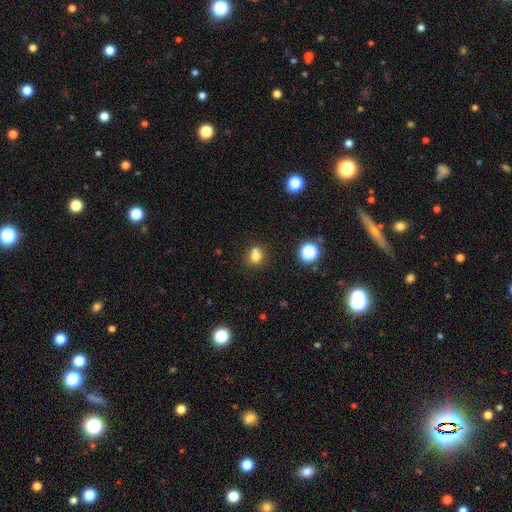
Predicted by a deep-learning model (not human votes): smooth_or_featured: smooth (p=0.73) [alt: star or artifact p=0.15]
how_rounded: round (p=0.81) [alt: in between p=0.19]
merging: none (p=0.50) [alt: merger p=0.38]